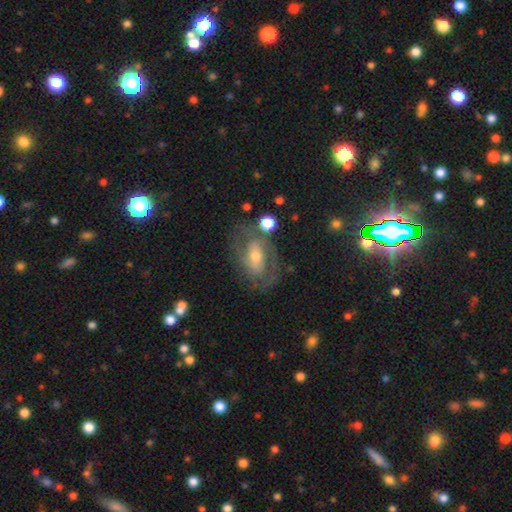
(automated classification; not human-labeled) Smooth or featured? featured or disk (68%)
Edge-on disk? no (94%)
Bar? no (43%)
Spiral arms? yes (69%)
Bulge size? moderate (57%)
Merging? none (62%)